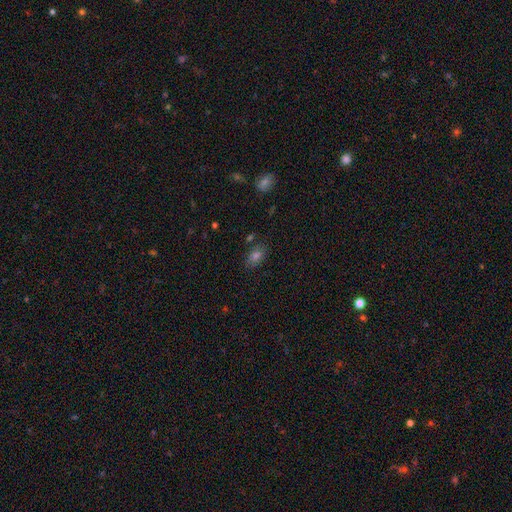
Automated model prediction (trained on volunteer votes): This is likely a smooth galaxy (67%). How rounded: clearly in between (82%). Merging: likely none (79%).